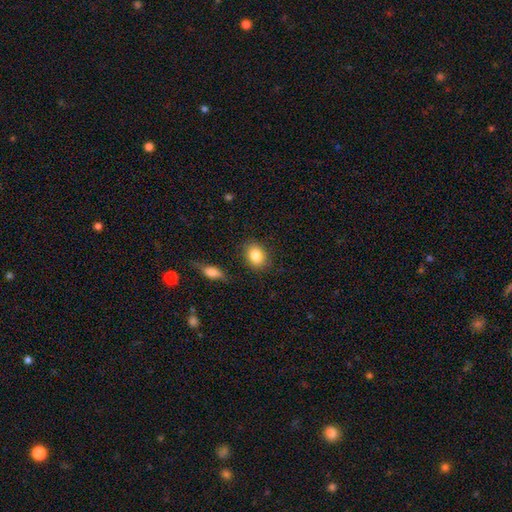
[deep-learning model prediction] smooth_or_featured: smooth (p=0.84) [alt: star or artifact p=0.08]
how_rounded: in between (p=0.66) [alt: round p=0.32]
merging: none (p=0.83) [alt: minor disturbance p=0.11]